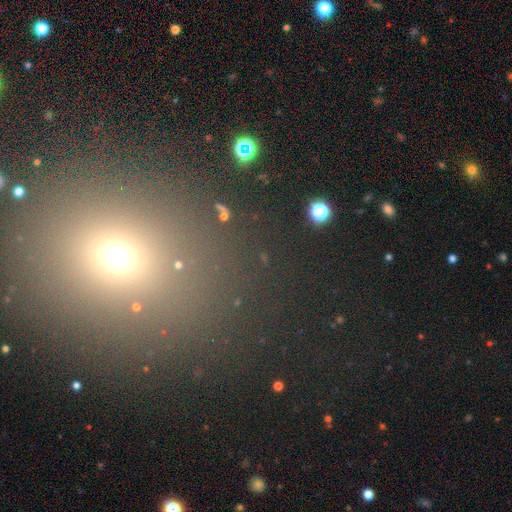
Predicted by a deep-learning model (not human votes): The model was most divided on "smooth or featured": smooth: 50%, star or artifact: 43%, featured or disk: 8%. More confident: merging — none (85%).